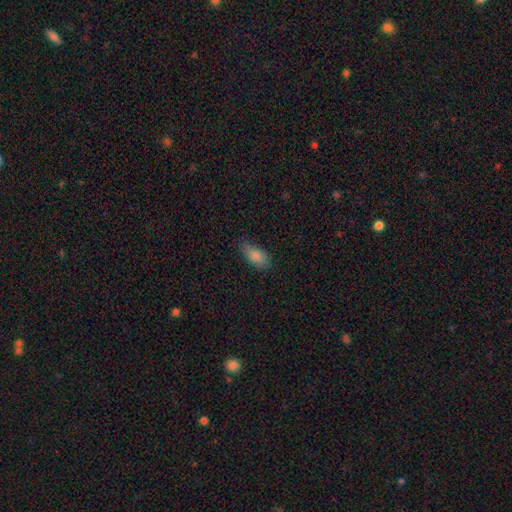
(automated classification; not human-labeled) Smooth or featured? smooth (86%)
How rounded? in between (89%)
Merging? none (77%)